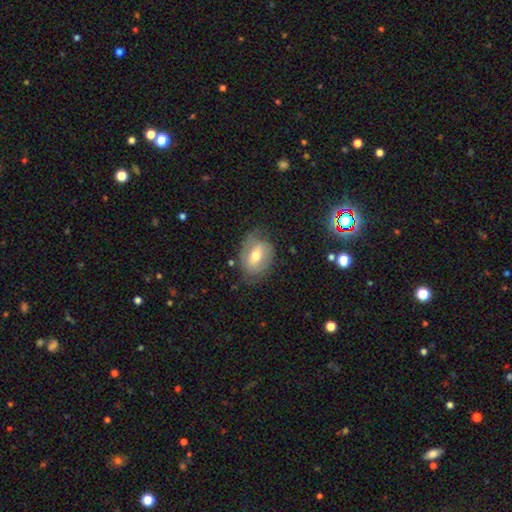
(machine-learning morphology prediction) This is possibly a smooth galaxy (47%). Merging: likely none (62%).